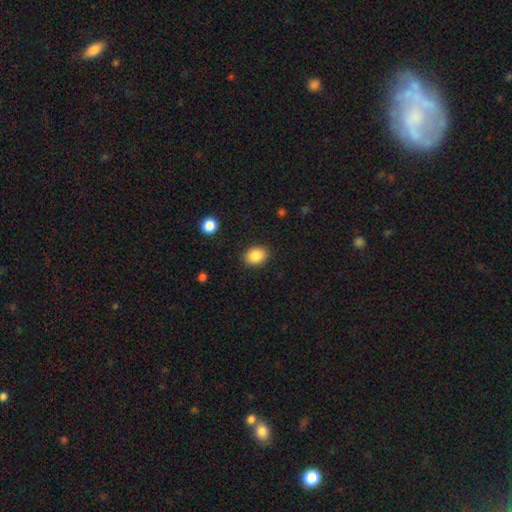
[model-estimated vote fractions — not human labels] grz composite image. It shows a smooth galaxy with no disk features (87%) that is in between round and cigar-shaped (55%). Merging: none (88%).